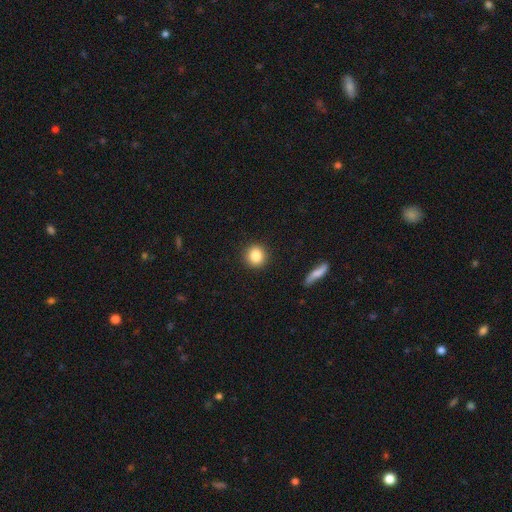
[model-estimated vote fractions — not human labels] This is clearly a smooth galaxy (85%). How rounded: clearly round (89%). Merging: clearly none (91%).